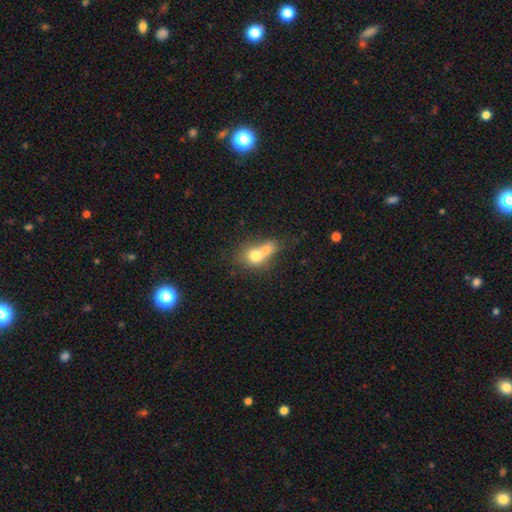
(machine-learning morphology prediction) Q: Smooth or featured?
A: smooth (70%); runner-up: featured or disk (20%)
Q: How rounded?
A: round (61%); runner-up: in between (37%)
Q: Merging?
A: merger (71%); runner-up: none (19%)